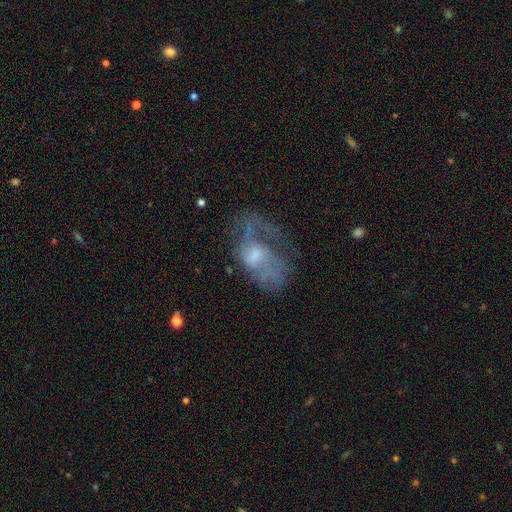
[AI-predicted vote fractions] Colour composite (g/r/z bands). It shows a featured or disk galaxy (67%) with no bar (58%), spiral arms (60%) and a small central bulge (40%). Merging: major disturbance (46%).